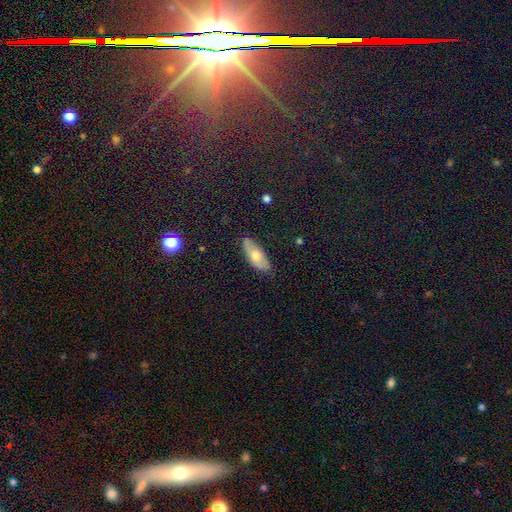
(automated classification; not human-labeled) This appears to be a smooth galaxy with no disk features (59%) that is in between round and cigar-shaped (80%). Merging: none (80%).